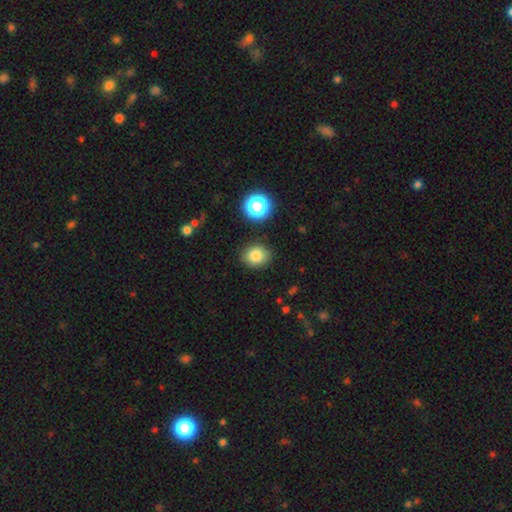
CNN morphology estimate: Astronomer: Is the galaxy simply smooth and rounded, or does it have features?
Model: smooth — 82%.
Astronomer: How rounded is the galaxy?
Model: round — 61% (runner-up: in between, 38%).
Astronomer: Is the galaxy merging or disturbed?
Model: none — 85%.